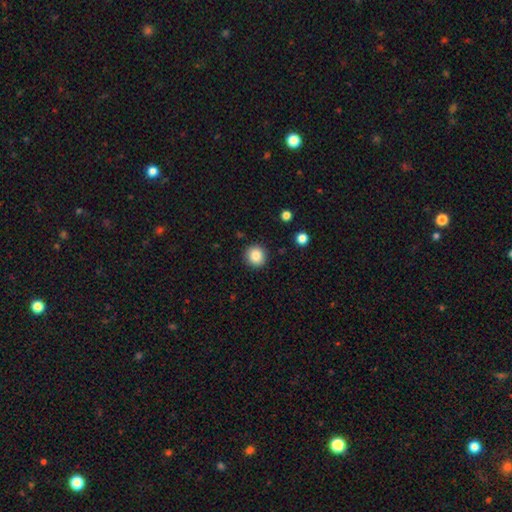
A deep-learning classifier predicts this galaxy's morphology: Smooth or featured? smooth (85%)
How rounded? round (92%)
Merging? none (91%)